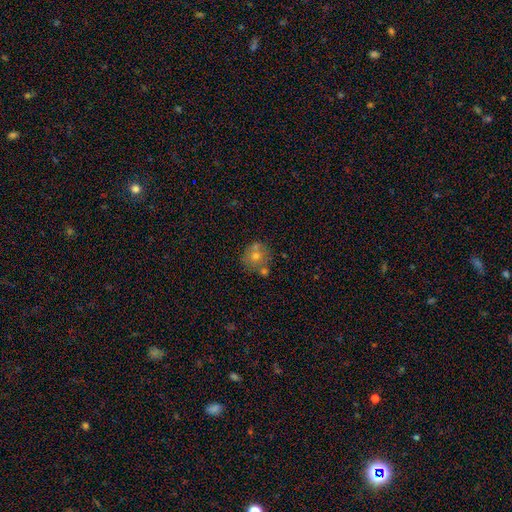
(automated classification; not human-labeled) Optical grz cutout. It shows a smooth galaxy with no disk features (61%) that is round (86%). Merging: none (62%).